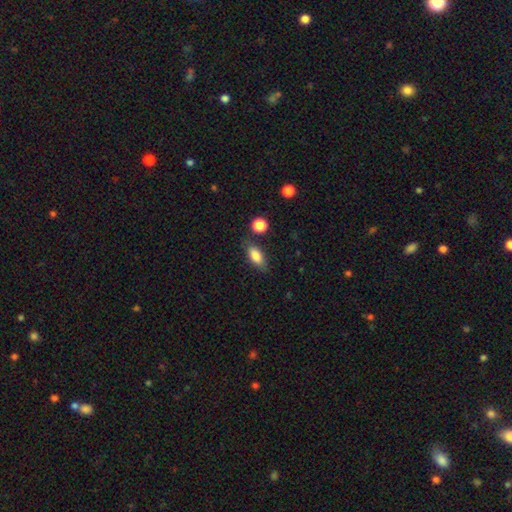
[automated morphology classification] Smooth or featured: smooth — 83% (featured or disk — 10%)
How rounded: in between — 81% (cigar-shaped — 14%)
Merging: none — 76% (minor disturbance — 15%)